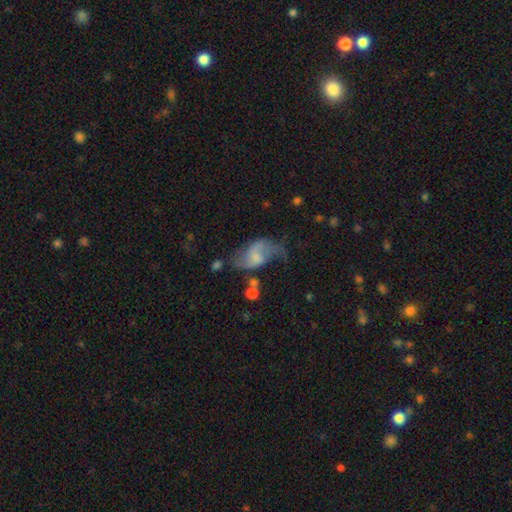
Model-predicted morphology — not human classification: A featured or disk galaxy (68%) with no bar (45%, tied with weak), 2 (81%) loose (72%) spiral arms (87%) and a small central bulge (44%).

Vote fractions:
- Smooth or featured? featured or disk: 68% / smooth: 24% / star or artifact: 8%
- Edge-on disk? no: 97% / yes: 3%
- Bar? no: 45% (tied) / weak: 45% (tied) / strong: 10%
- Spiral arms? yes: 87% / no: 13%
- Spiral winding? loose: 72% / medium: 22% / tight: 5%
- Spiral arm count? 2: 81% / 1: 9% / can't tell: 6% / 3: 1% / 4: 1% / more than 4: 1%
- Bulge size? small: 44% / none: 26% / moderate: 24% / large: 4% / dominant: 1%
- Merging? none: 38% / major disturbance: 31% / minor disturbance: 24% / merger: 8%